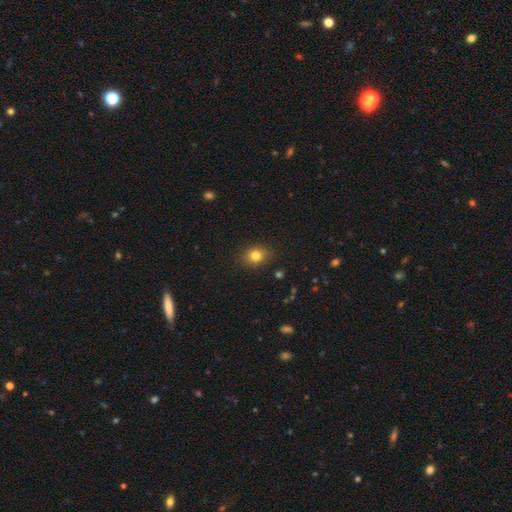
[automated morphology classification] Smooth or featured?
  - smooth: 81% *
  - star or artifact: 12%
  - featured or disk: 8%
How rounded?
  - round: 56% *
  - in between: 43%
  - cigar-shaped: 1%
Merging?
  - none: 86% *
  - minor disturbance: 10%
  - major disturbance: 2%
  - merger: 1%